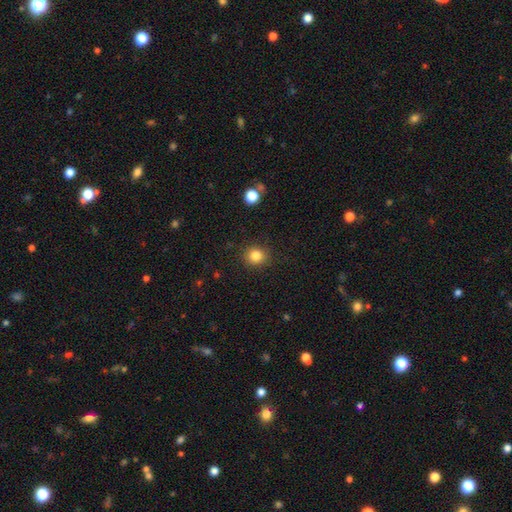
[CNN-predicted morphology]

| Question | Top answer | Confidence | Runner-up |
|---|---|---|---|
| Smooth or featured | smooth | 84% | star or artifact (11%) |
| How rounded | round | 85% | in between (14%) |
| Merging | none | 89% | minor disturbance (7%) |